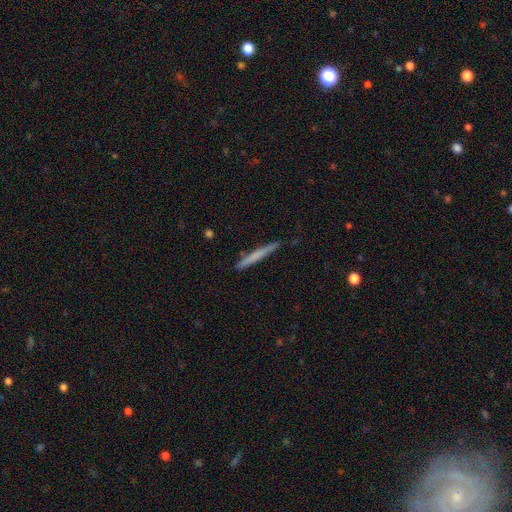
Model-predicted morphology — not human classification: type=smooth (59%); roundness=cigar-shaped (97%); merging=none (87%).